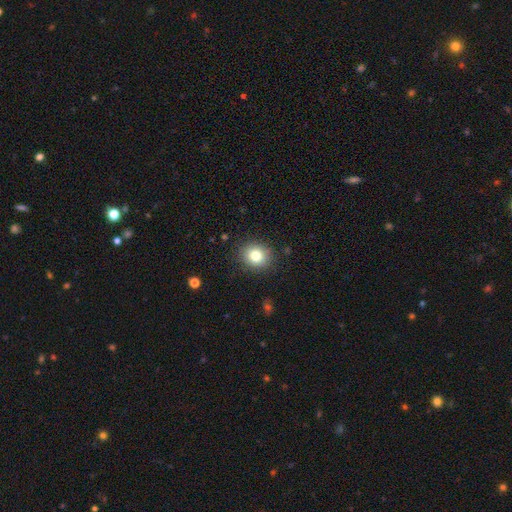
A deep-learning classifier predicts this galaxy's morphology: smooth-or-featured: smooth: 81% | star or artifact: 11% | featured or disk: 9%
  how-rounded: round: 71% | in between: 28% | cigar-shaped: 1%
  merging: none: 87% | minor disturbance: 9% | major disturbance: 3% | merger: 1%